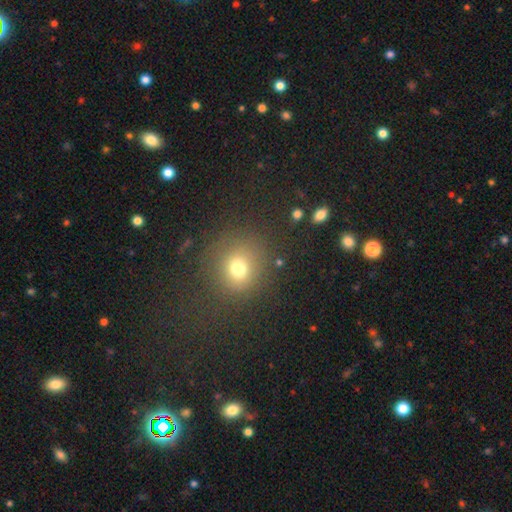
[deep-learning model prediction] Smooth or featured?
  - smooth: 60% *
  - star or artifact: 33%
  - featured or disk: 8%
How rounded?
  - round: 82% *
  - in between: 17%
  - cigar-shaped: 1%
Merging?
  - none: 86% *
  - minor disturbance: 8%
  - major disturbance: 4%
  - merger: 2%